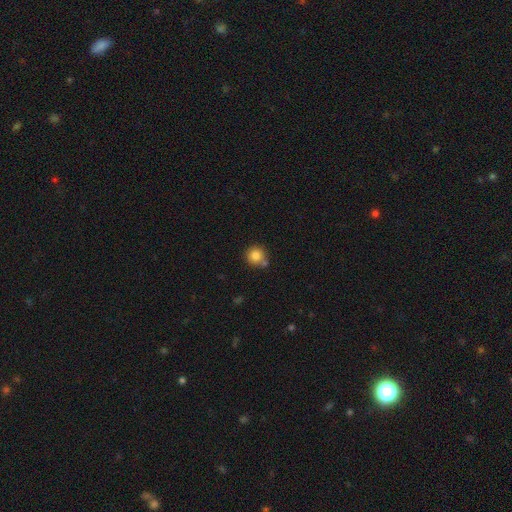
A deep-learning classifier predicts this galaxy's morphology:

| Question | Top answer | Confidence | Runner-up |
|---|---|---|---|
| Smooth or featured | smooth | 82% | star or artifact (10%) |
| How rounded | round | 93% | in between (6%) |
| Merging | none | 67% | merger (18%) |